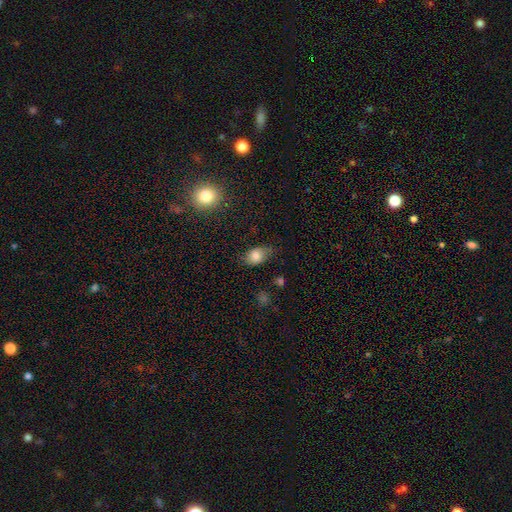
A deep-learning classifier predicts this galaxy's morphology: smooth_or_featured: smooth (p=0.80) [alt: featured or disk p=0.11]
how_rounded: in between (p=0.80) [alt: round p=0.18]
merging: none (p=0.64) [alt: minor disturbance p=0.28]